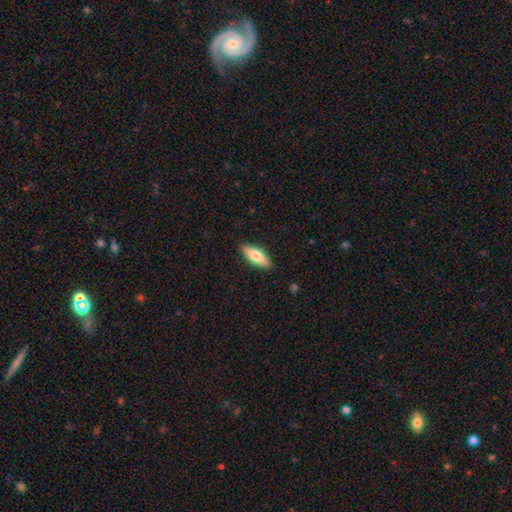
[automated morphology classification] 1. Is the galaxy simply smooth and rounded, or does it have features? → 74% smooth, 20% featured or disk, 6% star or artifact.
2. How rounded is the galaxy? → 72% in between, 26% cigar-shaped, 2% round.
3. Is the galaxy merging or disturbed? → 87% none, 10% minor disturbance, 2% major disturbance, 1% merger.